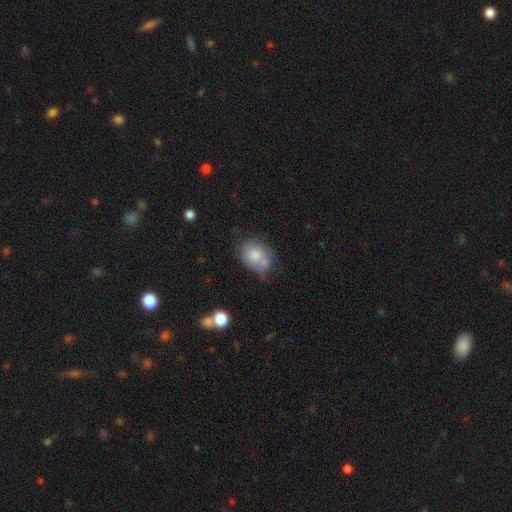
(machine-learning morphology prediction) Smooth or featured? smooth (74%)
How rounded? in between (60%)
Merging? none (40%)